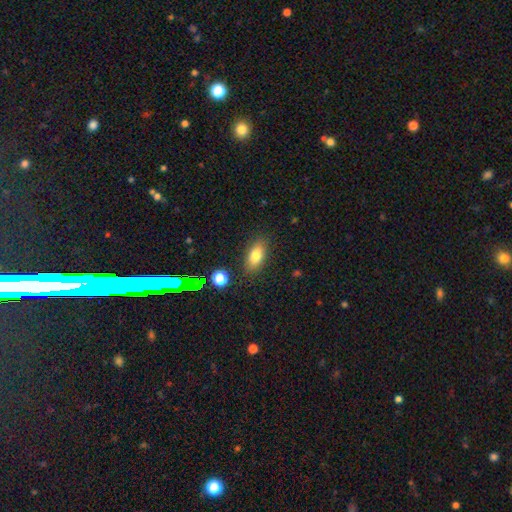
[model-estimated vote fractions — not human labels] A smooth galaxy with no disk features (78%) that is in between round and cigar-shaped (83%).

Vote fractions:
- Smooth or featured? smooth: 78% / featured or disk: 12% / star or artifact: 10%
- How rounded? in between: 83% / cigar-shaped: 10% / round: 7%
- Merging? none: 85% / minor disturbance: 10% / major disturbance: 3% / merger: 2%